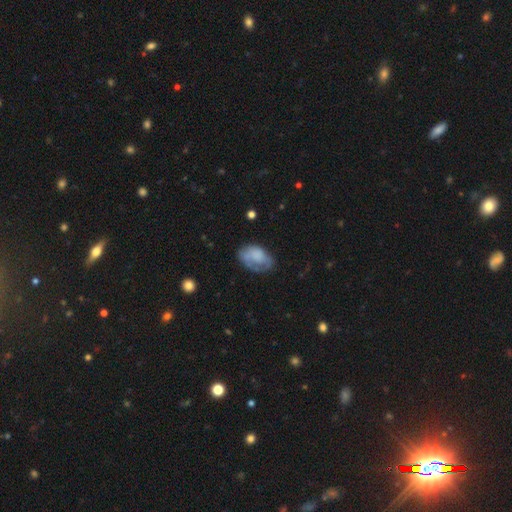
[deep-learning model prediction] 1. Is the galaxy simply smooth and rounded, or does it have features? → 66% smooth, 27% featured or disk, 8% star or artifact.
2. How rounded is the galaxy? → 88% in between, 11% round, 1% cigar-shaped.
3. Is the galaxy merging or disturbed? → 49% none, 30% minor disturbance, 17% major disturbance, 3% merger.